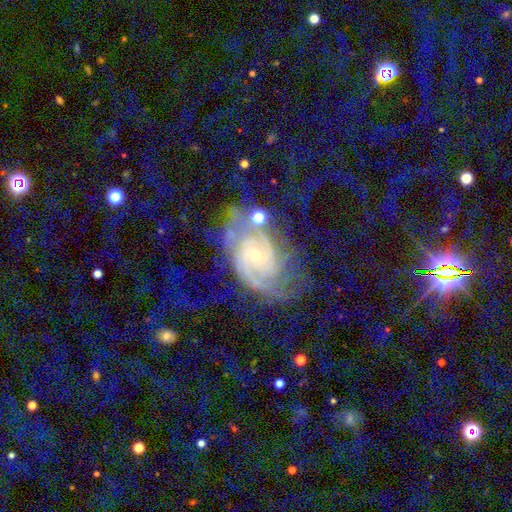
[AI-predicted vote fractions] This is clearly a featured or disk galaxy (87%). It is clearly not viewed edge-on (97%). Bar: likely no (63%). Spiral arm pattern: clearly yes (96%). Spiral arm count: marginally 2 (33%). Spiral winding: possibly tight (54%). Central bulge: likely small (74%). Merging: possibly none (50%).